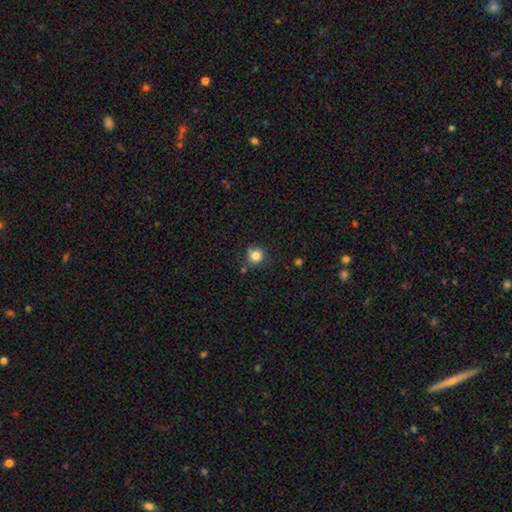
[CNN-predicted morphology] type=smooth (83%); roundness=round (89%); merging=none (75%).